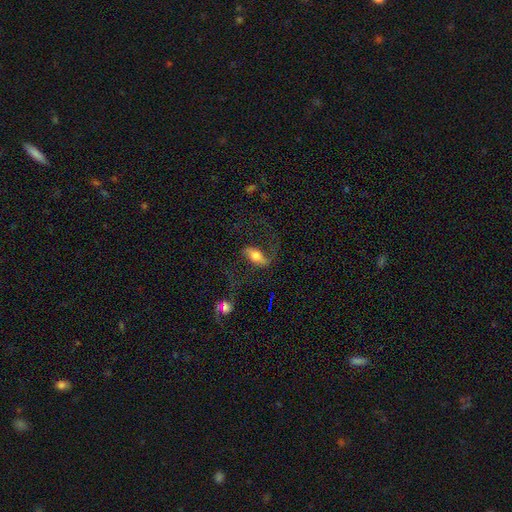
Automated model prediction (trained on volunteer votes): This appears to be a featured or disk galaxy (58%). Merging: none (56%).